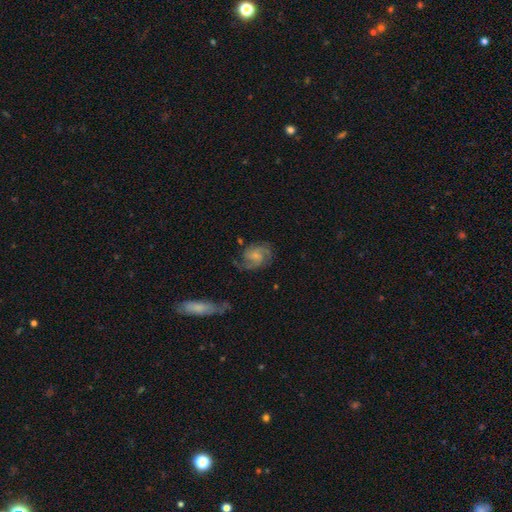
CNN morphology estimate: The model was most divided on "spiral winding": medium: 49%, tight: 31%, loose: 20%. More confident: edge-on disk — no (98%); spiral arms — yes (94%); smooth or featured — featured or disk (75%); merging — none (64%); bulge size — small (61%); bar — no (60%); spiral arm count — 2 (53%).